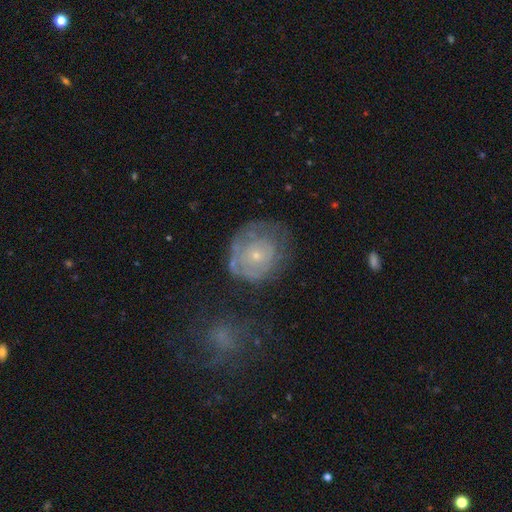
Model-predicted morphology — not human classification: Smooth or featured?
  - featured or disk: 60% *
  - smooth: 31%
  - star or artifact: 9%
Edge-on disk?
  - no: 97% *
  - yes: 3%
Bar?
  - no: 86% *
  - weak: 12%
  - strong: 2%
Spiral arms?
  - yes: 63% *
  - no: 37%
Bulge size?
  - small: 77% *
  - moderate: 19%
  - none: 2%
  - large: 1%
  - dominant: 1%
Merging?
  - none: 55% *
  - minor disturbance: 24%
  - major disturbance: 18%
  - merger: 3%